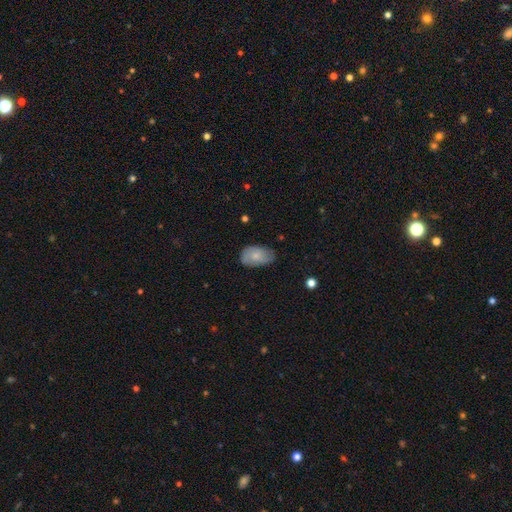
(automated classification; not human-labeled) Overall: smooth (71%). How rounded: in between (91%). Merging: none (65%; minor disturbance 29%).